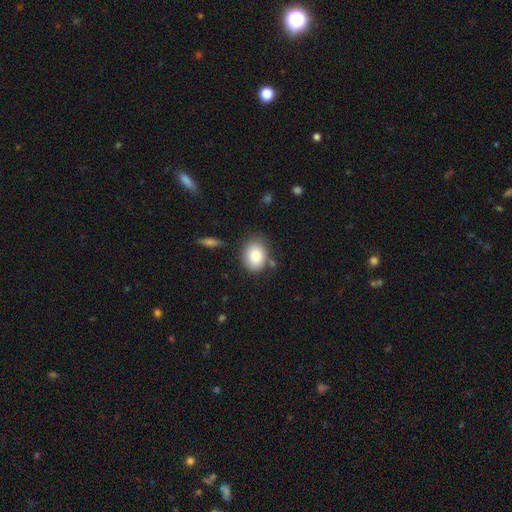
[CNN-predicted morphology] Q: Smooth or featured?
A: smooth (81%); runner-up: featured or disk (10%)
Q: How rounded?
A: in between (57%); runner-up: round (43%)
Q: Merging?
A: none (76%); runner-up: minor disturbance (15%)